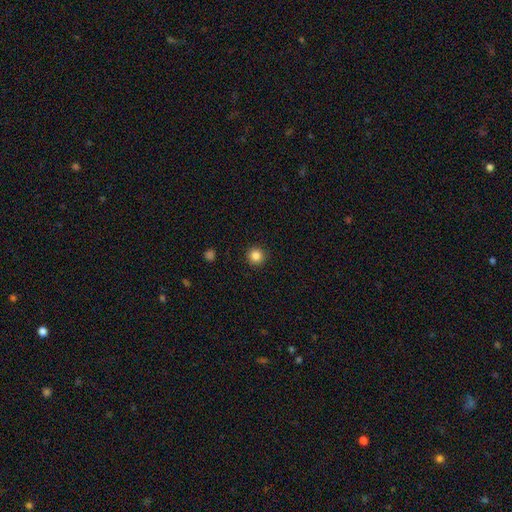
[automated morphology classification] This appears to be a smooth galaxy with no disk features (85%) that is round (95%). Merging: none (93%).